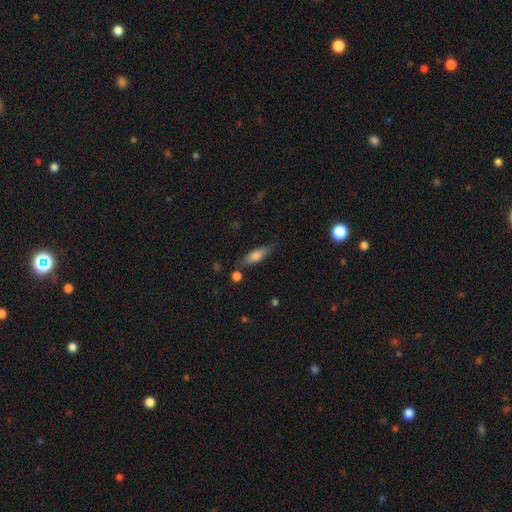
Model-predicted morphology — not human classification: smooth_or_featured: smooth (p=0.74) [alt: featured or disk p=0.19]
how_rounded: in between (p=0.52) [alt: cigar-shaped p=0.45]
merging: none (p=0.76) [alt: minor disturbance p=0.15]